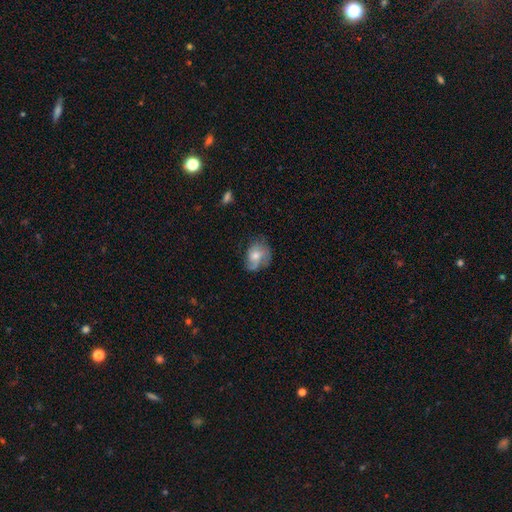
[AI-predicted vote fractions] The model was most divided on "smooth or featured": featured or disk: 48%, smooth: 44%, star or artifact: 8%. More confident: merging — none (54%).